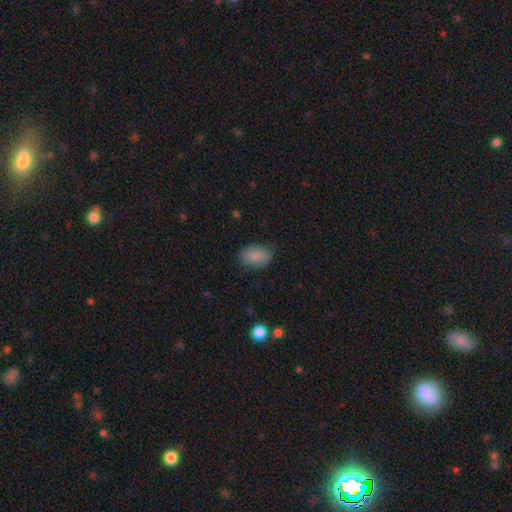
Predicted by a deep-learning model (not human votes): Q: Smooth or featured?
A: smooth (83%); runner-up: featured or disk (10%)
Q: How rounded?
A: in between (84%); runner-up: round (14%)
Q: Merging?
A: none (80%); runner-up: minor disturbance (15%)